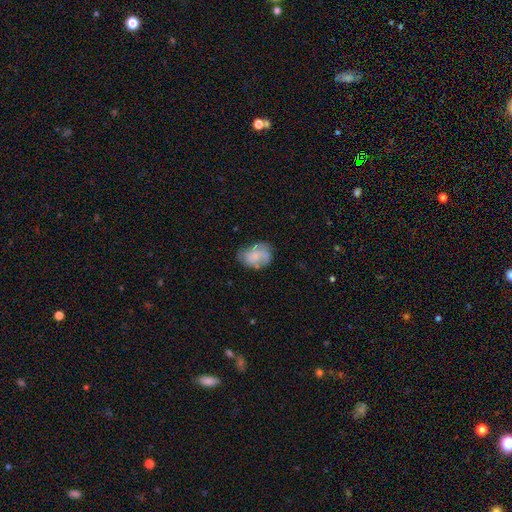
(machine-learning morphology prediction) Smooth or featured? featured or disk (46%, tied with smooth)
Merging? none (57%)